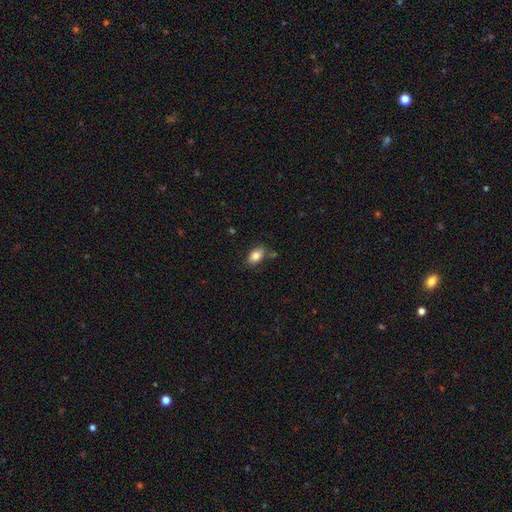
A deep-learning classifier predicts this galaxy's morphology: smooth 84%, star or artifact 8%, featured or disk 8%. Down the decision tree: how rounded — in between (90%); merging — none (76%).